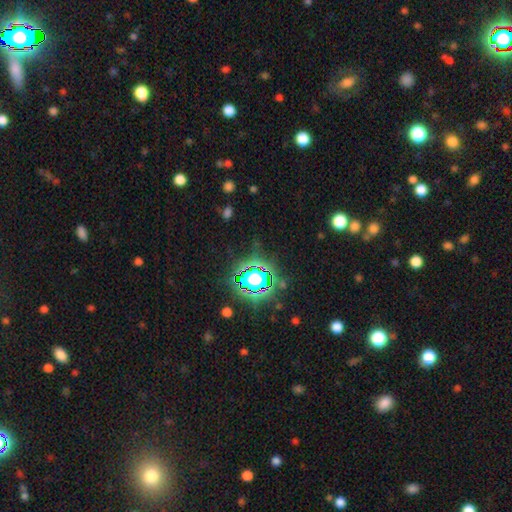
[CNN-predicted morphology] This appears to be a star or artifact, not a galaxy (76%).